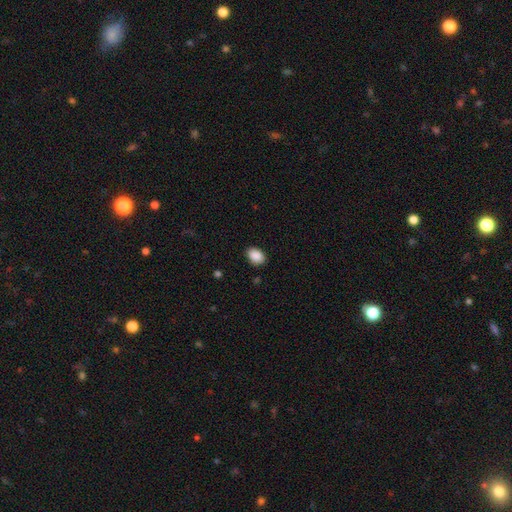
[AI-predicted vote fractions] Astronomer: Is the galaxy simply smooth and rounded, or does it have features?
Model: smooth — 90%.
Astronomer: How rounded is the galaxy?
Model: in between — 76%.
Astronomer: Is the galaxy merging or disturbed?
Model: none — 87%.